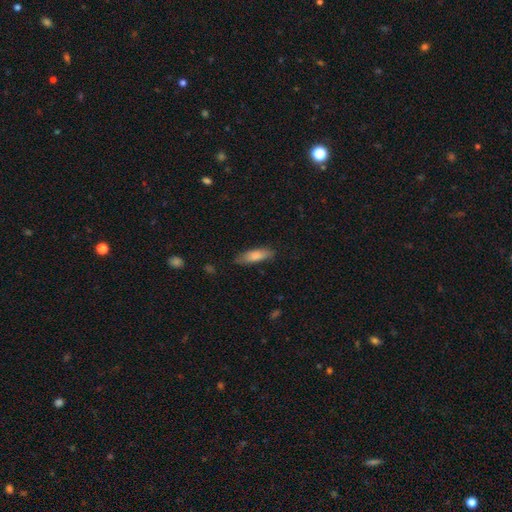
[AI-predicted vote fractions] A smooth galaxy with no disk features (82%) that is in between round and cigar-shaped (52%).

Vote fractions:
- Smooth or featured? smooth: 82% / featured or disk: 12% / star or artifact: 6%
- How rounded? in between: 52% / cigar-shaped: 47% / round: 2%
- Merging? none: 77% / minor disturbance: 18% / major disturbance: 4% / merger: 1%